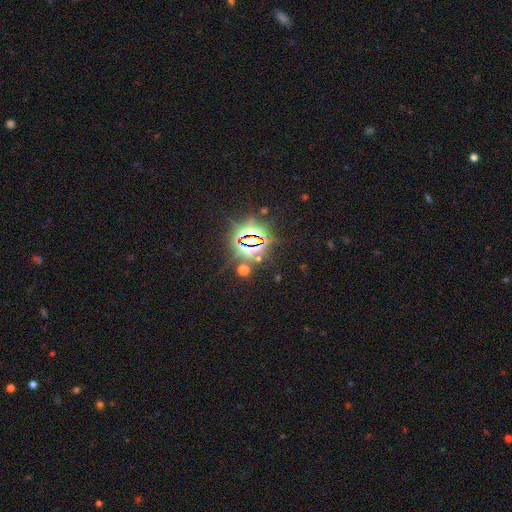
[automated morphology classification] Overall: star or artifact (84%).